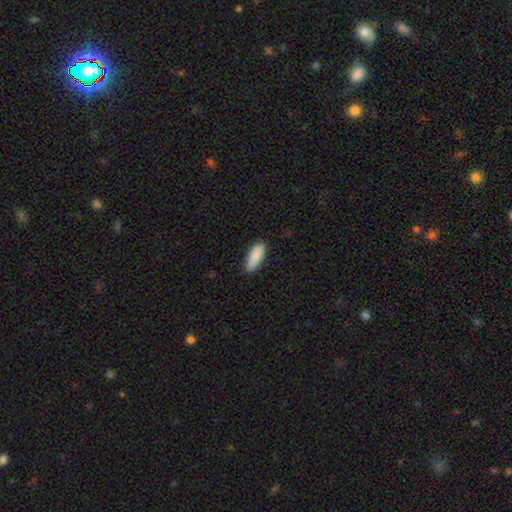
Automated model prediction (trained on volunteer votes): A smooth galaxy with no disk features (88%) that is in between round and cigar-shaped (80%).

Vote fractions:
- Smooth or featured? smooth: 88% / featured or disk: 6% / star or artifact: 6%
- How rounded? in between: 80% / cigar-shaped: 18% / round: 2%
- Merging? none: 77% / minor disturbance: 20% / major disturbance: 2% / merger: 1%